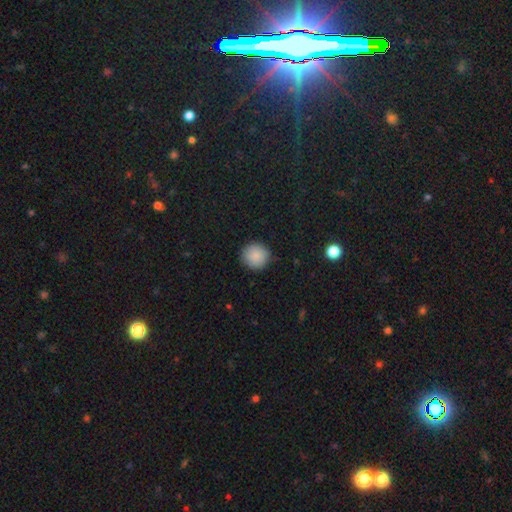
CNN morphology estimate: Smooth or featured? Predicted: smooth (p=0.88). How rounded? Predicted: round (p=0.94). Merging? Predicted: none (p=0.89).